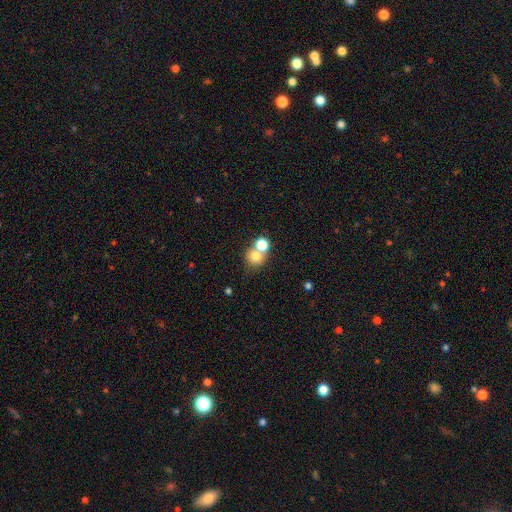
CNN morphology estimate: Q: Smooth or featured?
A: smooth (75%); runner-up: star or artifact (14%)
Q: How rounded?
A: round (81%); runner-up: in between (18%)
Q: Merging?
A: none (46%); runner-up: merger (42%)